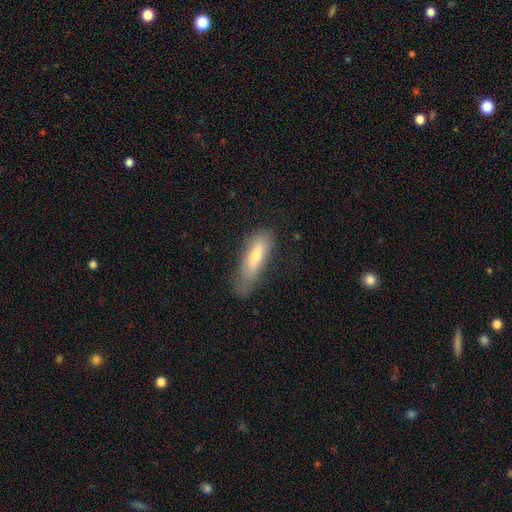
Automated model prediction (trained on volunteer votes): smooth-or-featured: smooth: 69% | featured or disk: 24% | star or artifact: 7%
  how-rounded: cigar-shaped: 50% | in between: 48% | round: 2%
  merging: none: 53% | minor disturbance: 31% | major disturbance: 14% | merger: 2%